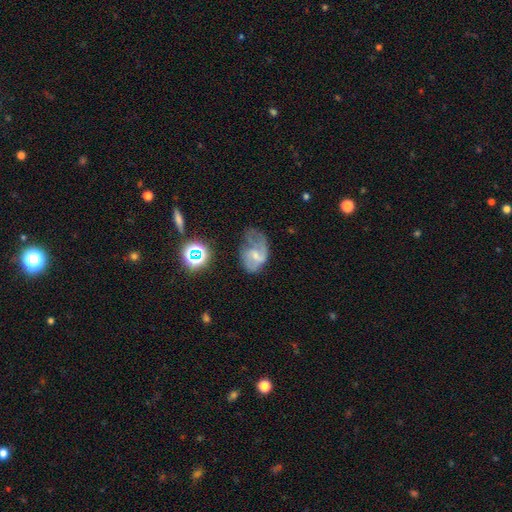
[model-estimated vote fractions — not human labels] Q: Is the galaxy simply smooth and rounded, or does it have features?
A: featured or disk — 58%.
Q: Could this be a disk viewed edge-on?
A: no — 97%.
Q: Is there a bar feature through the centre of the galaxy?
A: weak — 48%.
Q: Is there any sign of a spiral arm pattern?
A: yes — 73%.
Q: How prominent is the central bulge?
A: small — 48%.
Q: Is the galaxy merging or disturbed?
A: major disturbance — 36%.